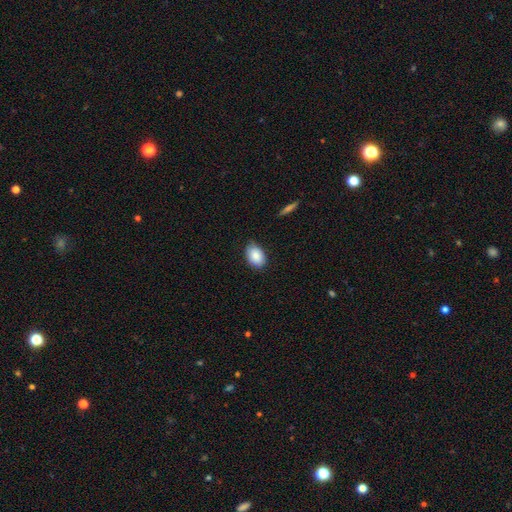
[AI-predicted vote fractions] This appears to be a smooth galaxy with no disk features (86%) that is in between round and cigar-shaped (85%). Merging: none (76%).